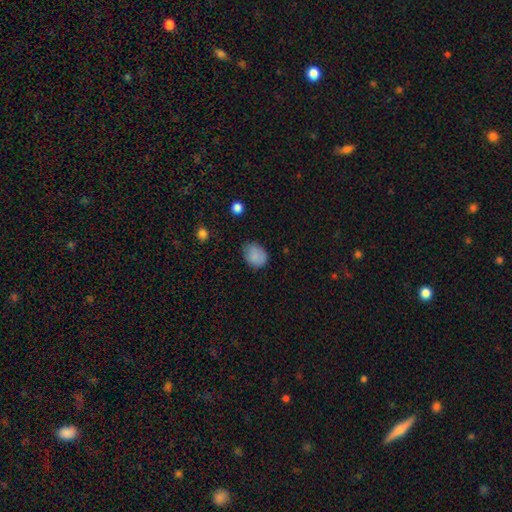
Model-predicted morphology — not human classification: Smooth or featured? smooth (85%)
How rounded? in between (62%)
Merging? none (70%)